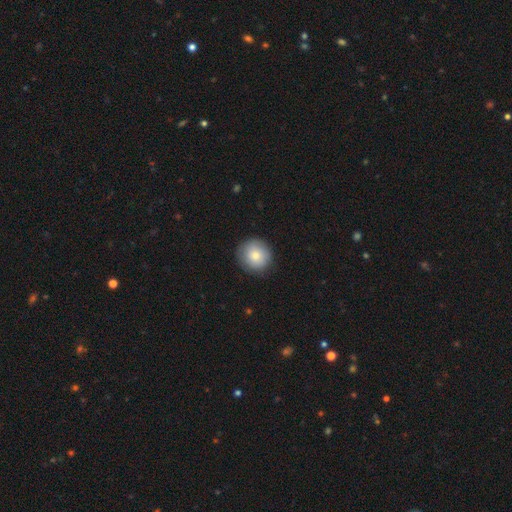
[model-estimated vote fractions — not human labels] This is likely a smooth galaxy (80%). How rounded: clearly round (92%). Merging: clearly none (87%).